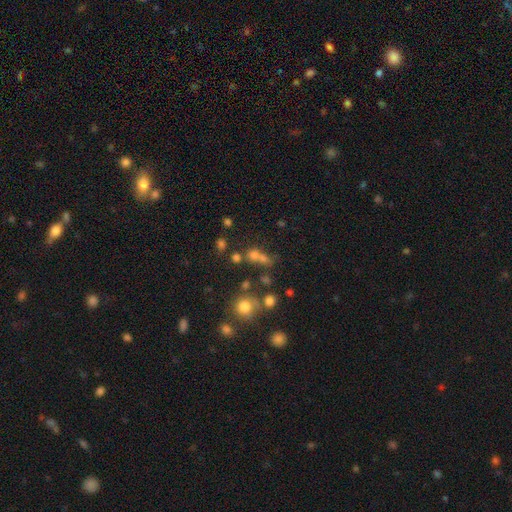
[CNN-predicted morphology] Overall: smooth (52%; star or artifact 33%). How rounded: round (70%). Merging: none (48%; merger 35%).